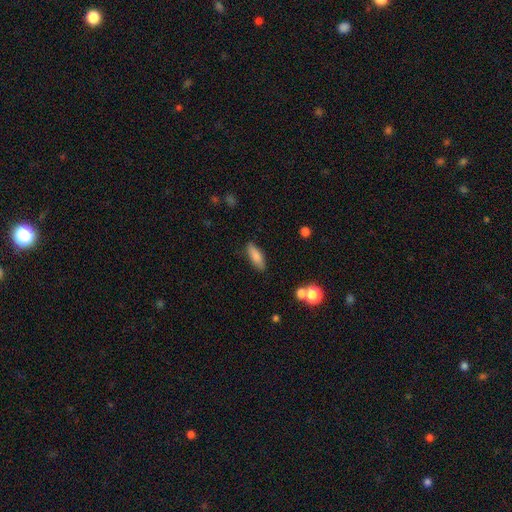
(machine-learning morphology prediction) A smooth galaxy with no disk features (84%) that is in between round and cigar-shaped (62%).

Vote fractions:
- Smooth or featured? smooth: 84% / featured or disk: 9% / star or artifact: 7%
- How rounded? in between: 62% / cigar-shaped: 36% / round: 2%
- Merging? none: 85% / minor disturbance: 11% / major disturbance: 3% / merger: 2%